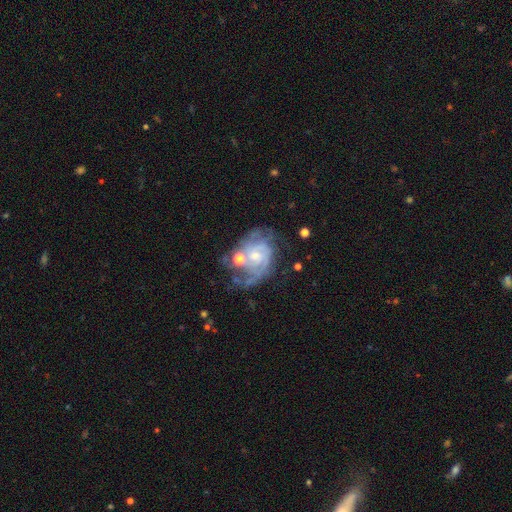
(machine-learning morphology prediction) smooth_or_featured: featured or disk (p=0.81) [alt: smooth p=0.11]
disk_edge_on: no (p=0.98) [alt: yes p=0.02]
bar: no (p=0.66) [alt: weak p=0.30]
has_spiral_arms: yes (p=0.90) [alt: no p=0.10]
spiral_winding: tight (p=0.50) [alt: medium p=0.36]
spiral_arm_count: 2 (p=0.35) [alt: can't tell p=0.33]
bulge_size: small (p=0.54) [alt: moderate p=0.35]
merging: none (p=0.43) [alt: major disturbance p=0.22]